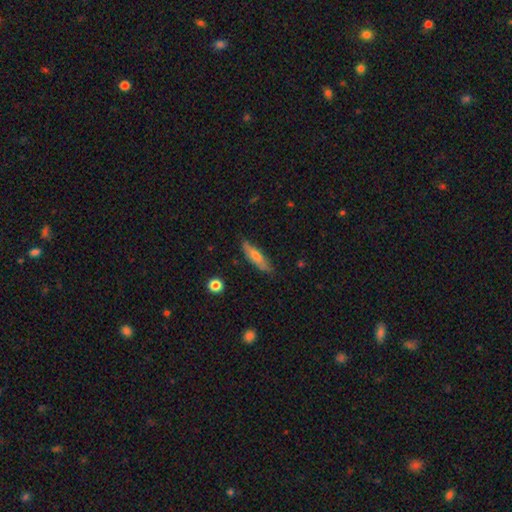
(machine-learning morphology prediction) A smooth galaxy with no disk features (58%) that is cigar-shaped (69%). Merging: none (80%).